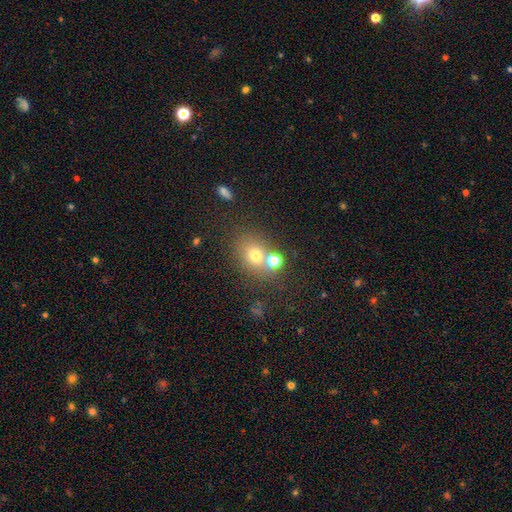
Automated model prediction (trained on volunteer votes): Smooth or featured: smooth — 69% (star or artifact — 17%)
How rounded: round — 57% (in between — 42%)
Merging: none — 58% (merger — 26%)